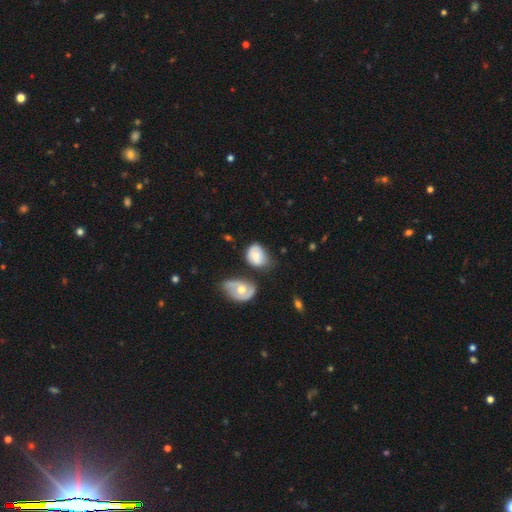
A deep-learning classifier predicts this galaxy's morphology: Smooth or featured? Predicted: smooth (p=0.62). How rounded? Predicted: in between (p=0.61). Merging? Predicted: none (p=0.37).